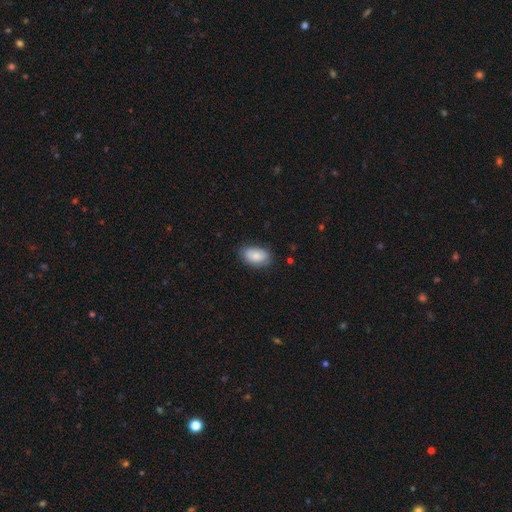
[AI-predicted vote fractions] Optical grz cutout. It shows a smooth galaxy with no disk features (82%) that is in between round and cigar-shaped (91%). Merging: none (79%).